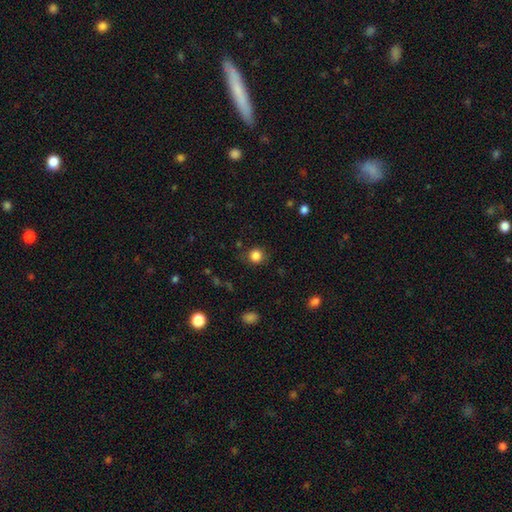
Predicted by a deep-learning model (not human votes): Smooth or featured? Predicted: smooth (p=0.84). How rounded? Predicted: round (p=0.88). Merging? Predicted: none (p=0.84).